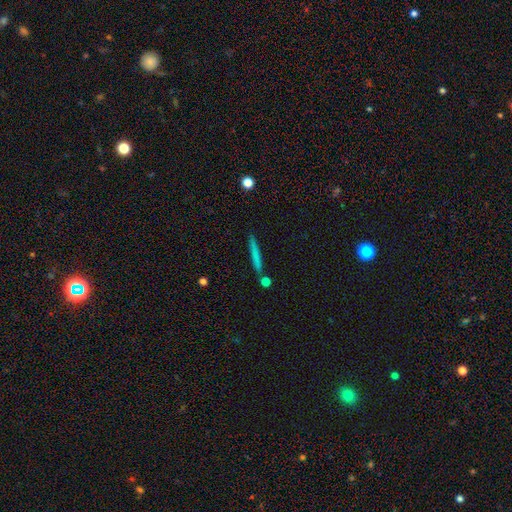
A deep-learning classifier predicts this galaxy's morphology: A smooth galaxy with no disk features (67%) that is cigar-shaped (95%). Merging: none (82%).